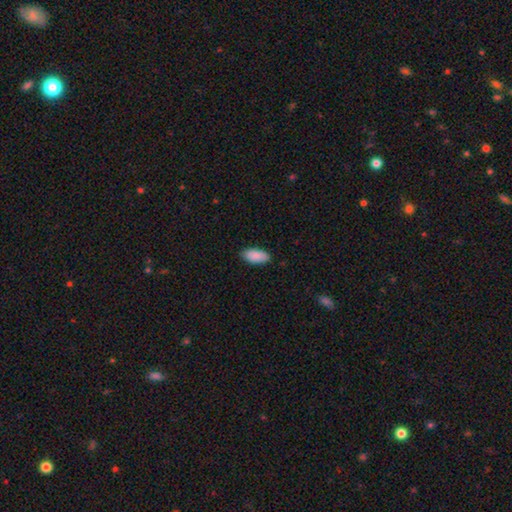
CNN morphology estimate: This appears to be a smooth galaxy with no disk features (90%) that is in between round and cigar-shaped (91%). Merging: none (86%).